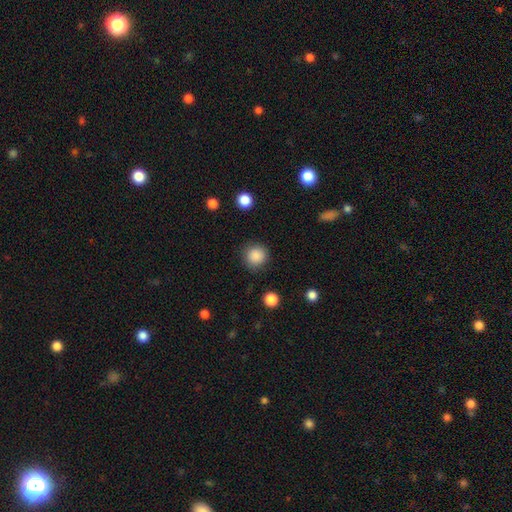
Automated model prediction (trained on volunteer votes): Smooth or featured? smooth (87%)
How rounded? round (93%)
Merging? none (87%)